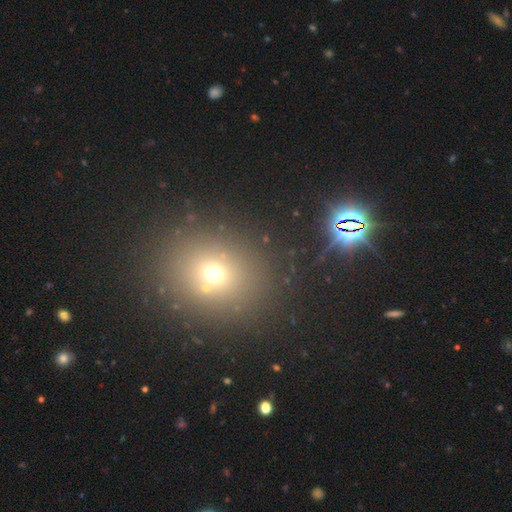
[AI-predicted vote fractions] Smooth or featured? smooth (54%)
How rounded? round (73%)
Merging? none (87%)